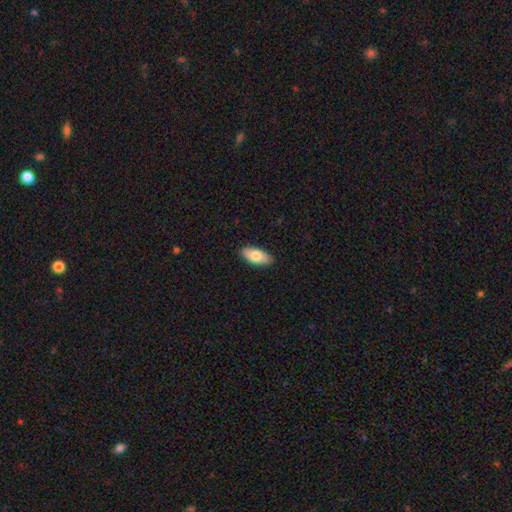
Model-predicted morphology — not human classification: smooth-or-featured: smooth: 80% | featured or disk: 14% | star or artifact: 6%
  how-rounded: in between: 89% | cigar-shaped: 9% | round: 2%
  merging: none: 89% | minor disturbance: 8% | major disturbance: 2% | merger: 1%